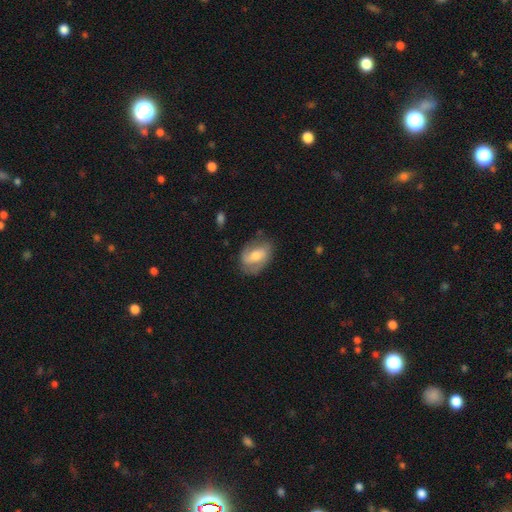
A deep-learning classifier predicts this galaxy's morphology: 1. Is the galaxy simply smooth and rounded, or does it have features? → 60% featured or disk, 34% smooth, 7% star or artifact.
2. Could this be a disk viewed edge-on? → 95% no, 5% yes.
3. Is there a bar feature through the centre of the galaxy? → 43% weak, 33% no, 24% strong.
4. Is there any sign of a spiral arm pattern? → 82% yes, 18% no.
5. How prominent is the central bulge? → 63% moderate, 25% small, 8% large, 2% none, 1% dominant.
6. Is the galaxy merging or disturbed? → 68% none, 22% minor disturbance, 8% major disturbance, 2% merger.